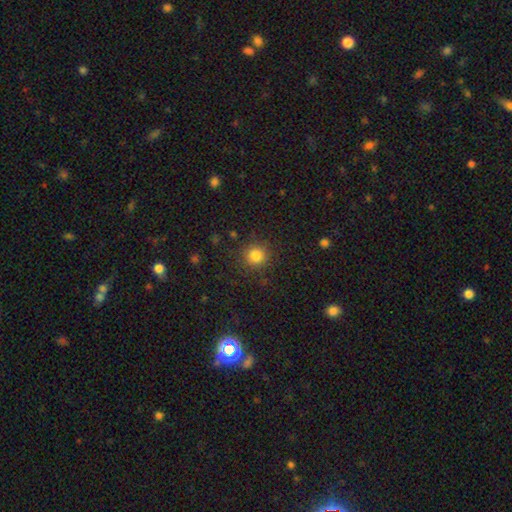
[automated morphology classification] Smooth or featured? smooth (83%)
How rounded? round (93%)
Merging? none (88%)